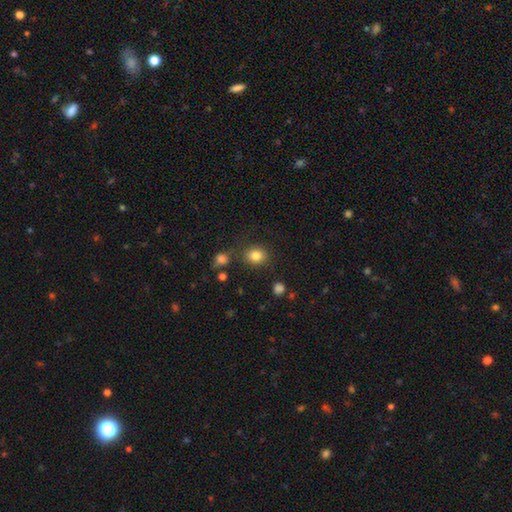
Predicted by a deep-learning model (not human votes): smooth 83%, star or artifact 11%, featured or disk 6%. Down the decision tree: how rounded — round (61%); merging — none (80%).